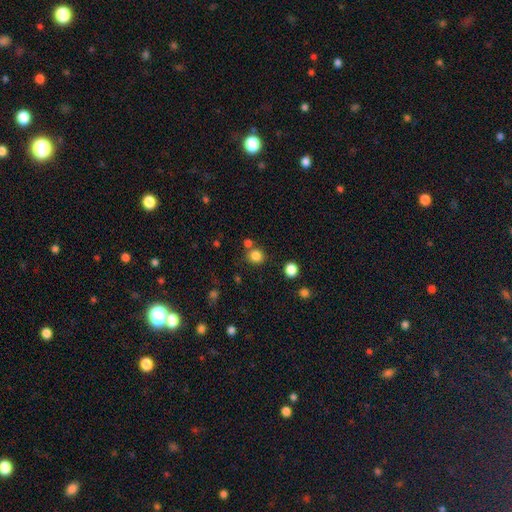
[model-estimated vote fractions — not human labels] A smooth galaxy with no disk features (82%) that is round (84%).

Vote fractions:
- Smooth or featured? smooth: 82% / star or artifact: 13% / featured or disk: 5%
- How rounded? round: 84% / in between: 15% / cigar-shaped: 1%
- Merging? none: 74% / merger: 13% / minor disturbance: 9% / major disturbance: 3%